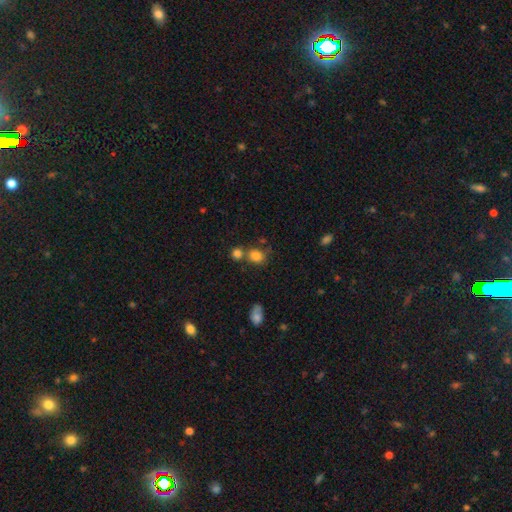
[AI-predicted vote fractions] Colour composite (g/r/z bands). It shows a smooth galaxy with no disk features (81%) that is round (60%). Merging: none (55%).